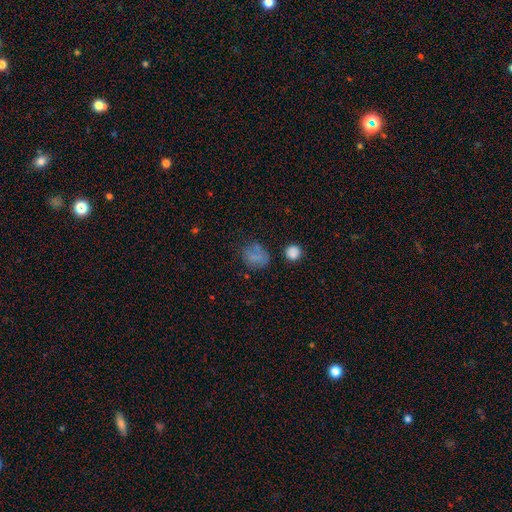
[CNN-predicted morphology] type=smooth (73%); roundness=round (62%); merging=none (62%).